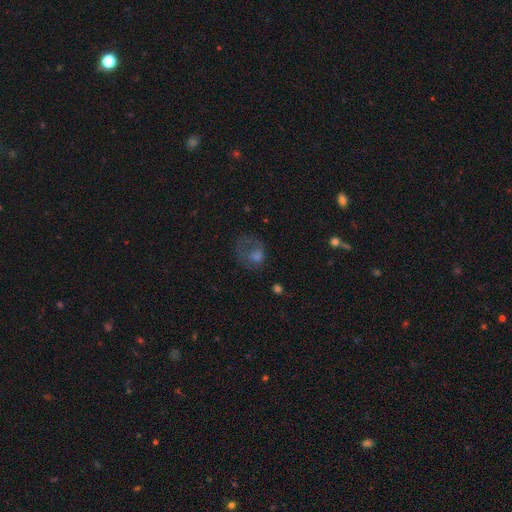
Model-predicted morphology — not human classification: Smooth or featured? Predicted: smooth (p=0.52). How rounded? Predicted: round (p=0.56). Merging? Predicted: major disturbance (p=0.43).